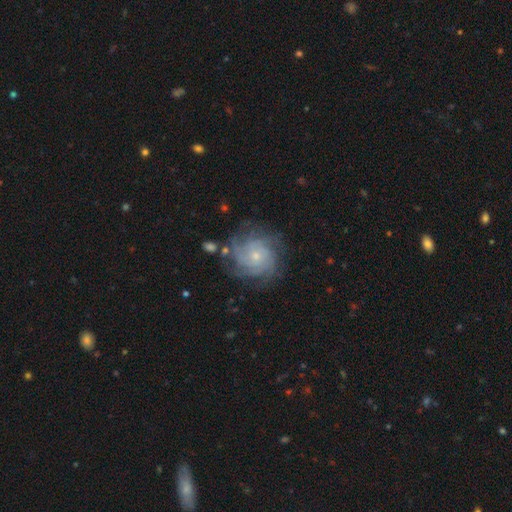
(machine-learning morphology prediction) Smooth or featured? Predicted: featured or disk (p=0.77). Edge-on disk? Predicted: no (p=0.98). Bar? Predicted: no (p=0.80). Spiral arms? Predicted: yes (p=0.94). Spiral winding? Predicted: tight (p=0.64). Spiral arm count? Predicted: can't tell (p=0.32). Bulge size? Predicted: small (p=0.72). Merging? Predicted: none (p=0.72).